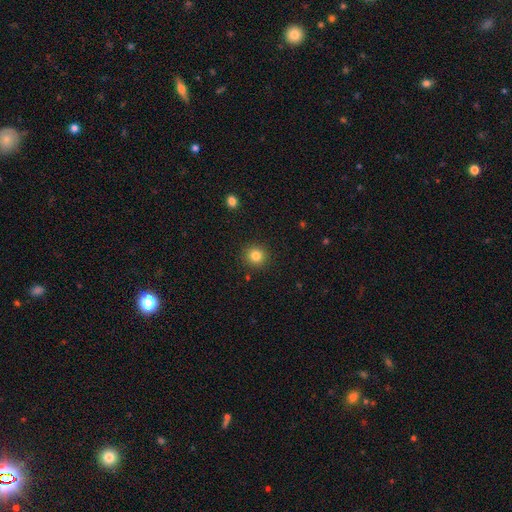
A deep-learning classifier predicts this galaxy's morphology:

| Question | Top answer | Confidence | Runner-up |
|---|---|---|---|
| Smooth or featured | smooth | 82% | star or artifact (12%) |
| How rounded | round | 93% | in between (6%) |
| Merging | none | 91% | minor disturbance (6%) |